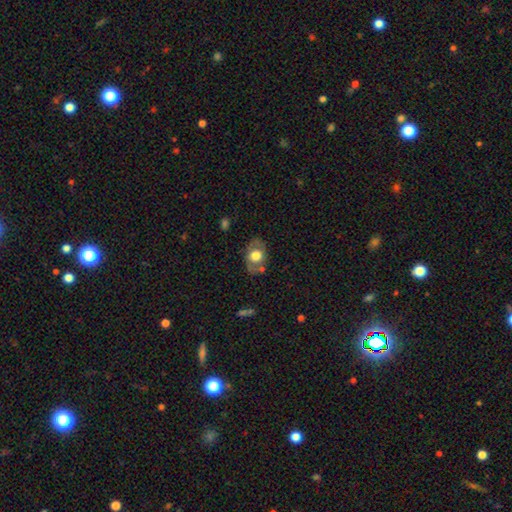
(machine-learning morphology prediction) The model was most divided on "smooth or featured": smooth: 54%, featured or disk: 39%, star or artifact: 7%. More confident: merging — none (71%); how rounded — in between (70%).